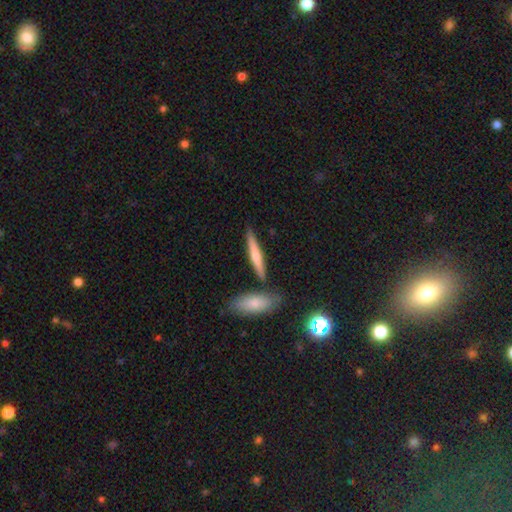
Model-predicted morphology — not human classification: Smooth or featured? Predicted: smooth (p=0.58). How rounded? Predicted: cigar-shaped (p=0.87). Merging? Predicted: none (p=0.79).